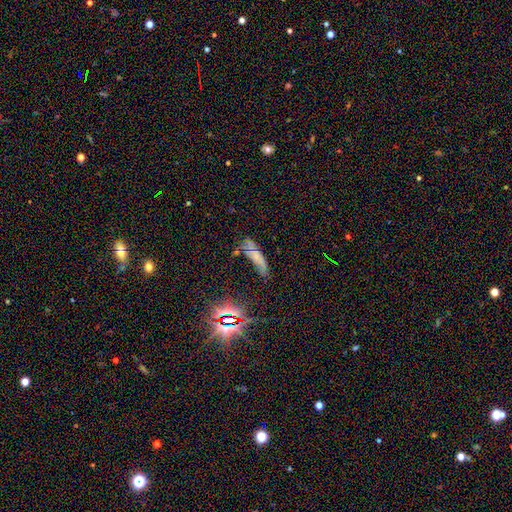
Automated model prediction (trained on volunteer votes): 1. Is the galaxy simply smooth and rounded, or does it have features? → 44% smooth, 28% star or artifact, 27% featured or disk.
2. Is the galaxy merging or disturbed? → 46% none, 26% minor disturbance, 16% major disturbance, 12% merger.